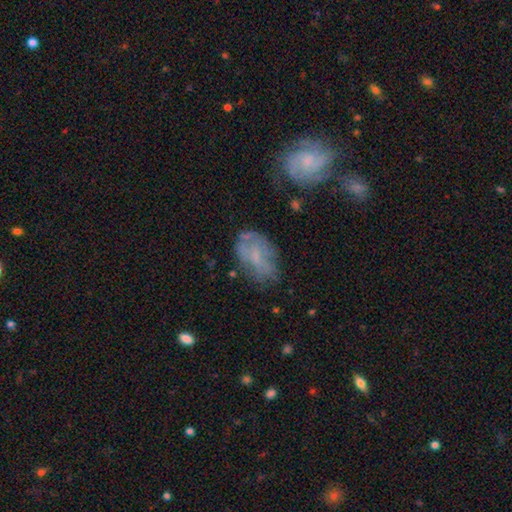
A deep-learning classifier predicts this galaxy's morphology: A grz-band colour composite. It shows a featured or disk galaxy (46%). Merging: none (54%).